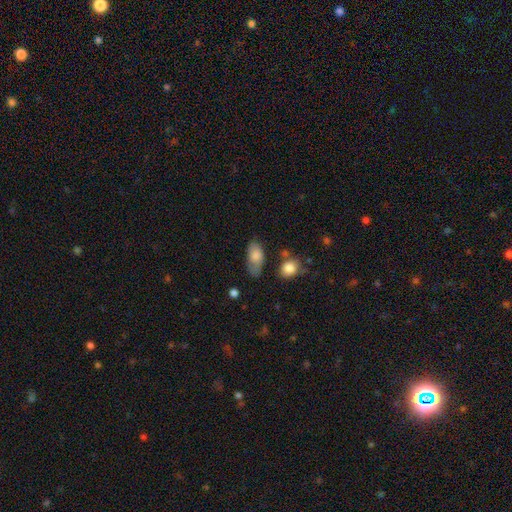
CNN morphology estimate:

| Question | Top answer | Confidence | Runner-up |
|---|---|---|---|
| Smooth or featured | smooth | 79% | featured or disk (15%) |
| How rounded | in between | 91% | cigar-shaped (5%) |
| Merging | none | 56% | minor disturbance (29%) |